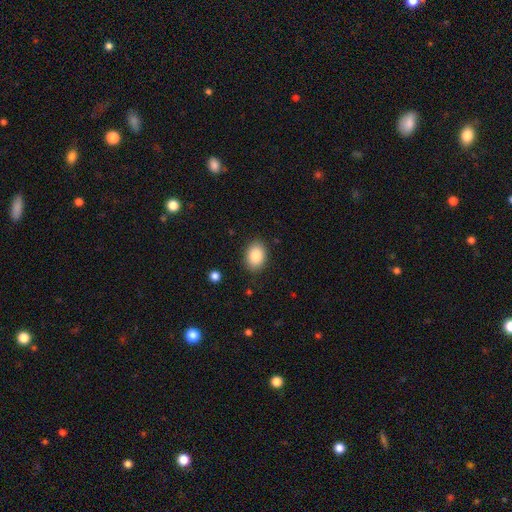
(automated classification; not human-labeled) A smooth galaxy with no disk features (86%) that is in between round and cigar-shaped (79%). Merging: none (87%).